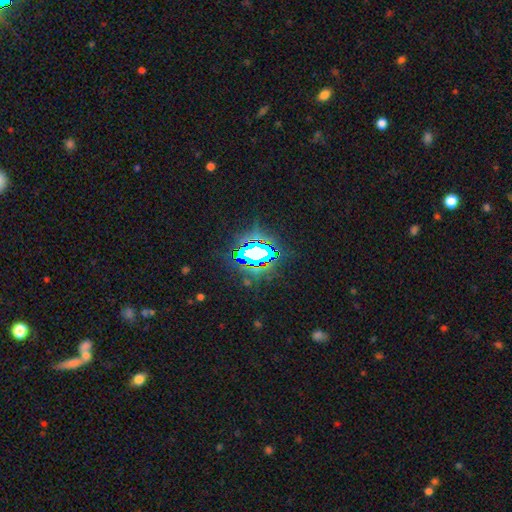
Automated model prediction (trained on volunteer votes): smooth-or-featured: star or artifact: 73% | smooth: 14% | featured or disk: 13%